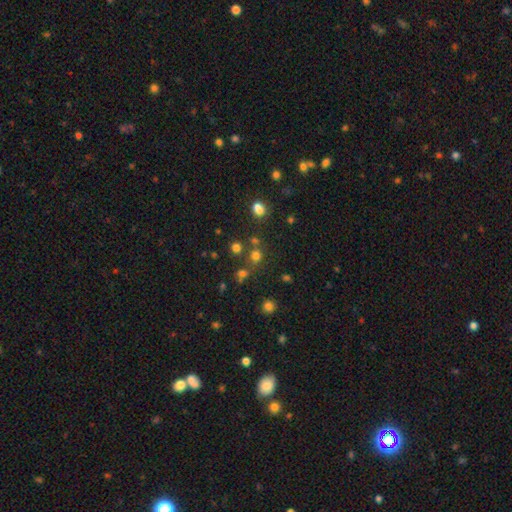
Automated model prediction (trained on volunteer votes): smooth 67%, star or artifact 26%, featured or disk 7%. Down the decision tree: how rounded — round (87%); merging — none (71%).